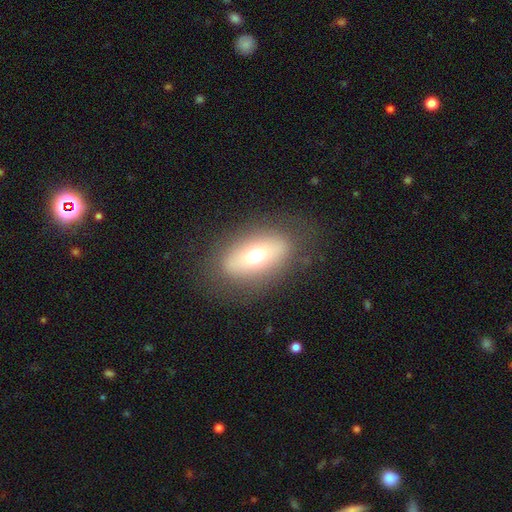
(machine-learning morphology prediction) Smooth or featured? Predicted: smooth (p=0.60). How rounded? Predicted: in between (p=0.82). Merging? Predicted: none (p=0.81).